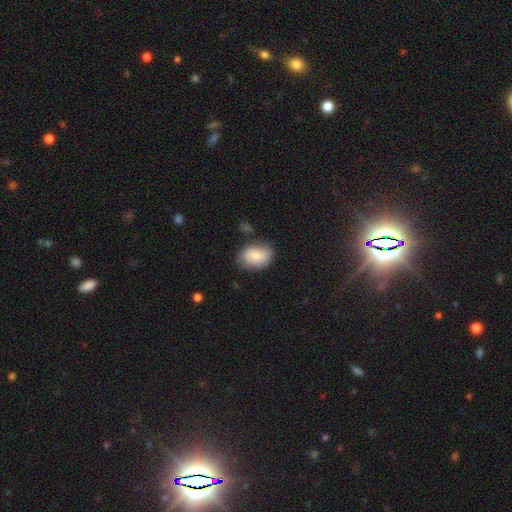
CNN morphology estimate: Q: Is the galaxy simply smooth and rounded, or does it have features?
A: smooth — 74%.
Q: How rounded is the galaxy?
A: in between — 74%.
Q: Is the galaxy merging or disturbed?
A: none — 72%.